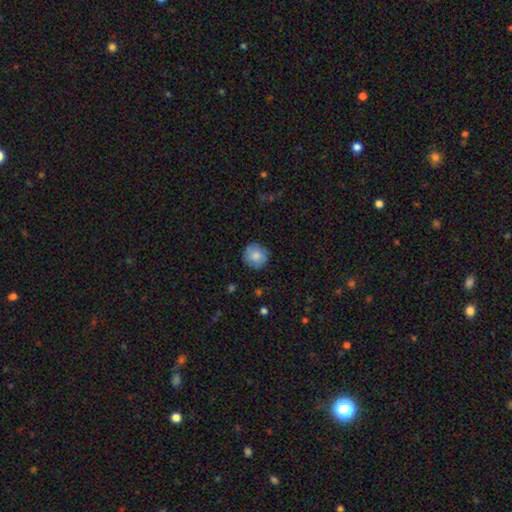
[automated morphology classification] A smooth galaxy with no disk features (83%) that is round (92%).

Vote fractions:
- Smooth or featured? smooth: 83% / featured or disk: 10% / star or artifact: 8%
- How rounded? round: 92% / in between: 7% / cigar-shaped: 1%
- Merging? none: 86% / minor disturbance: 10% / major disturbance: 2% / merger: 1%